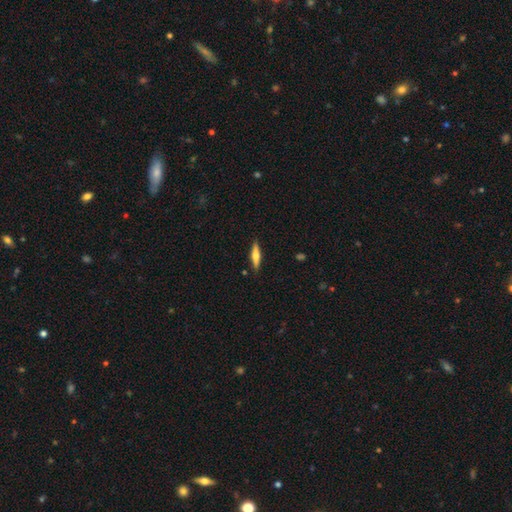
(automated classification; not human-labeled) This appears to be a smooth galaxy with no disk features (49%). Merging: none (88%).